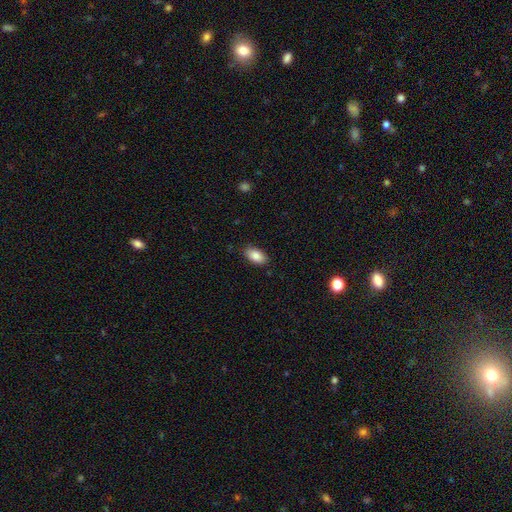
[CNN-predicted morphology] smooth-or-featured: smooth: 85% | featured or disk: 8% | star or artifact: 7%
  how-rounded: in between: 93% | round: 4% | cigar-shaped: 3%
  merging: none: 86% | minor disturbance: 11% | major disturbance: 2% | merger: 1%